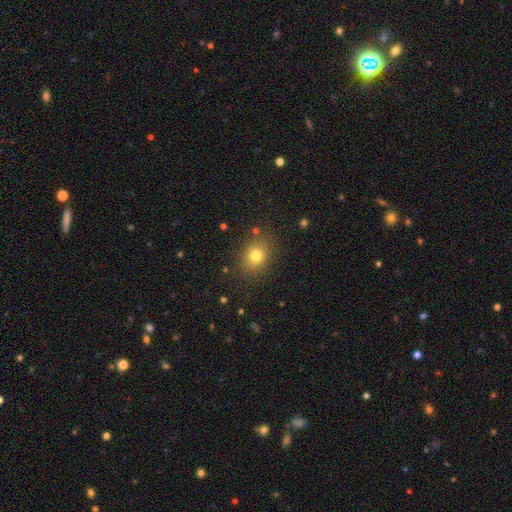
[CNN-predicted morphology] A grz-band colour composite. It shows a smooth galaxy with no disk features (77%) that is round (58%). Merging: none (84%).